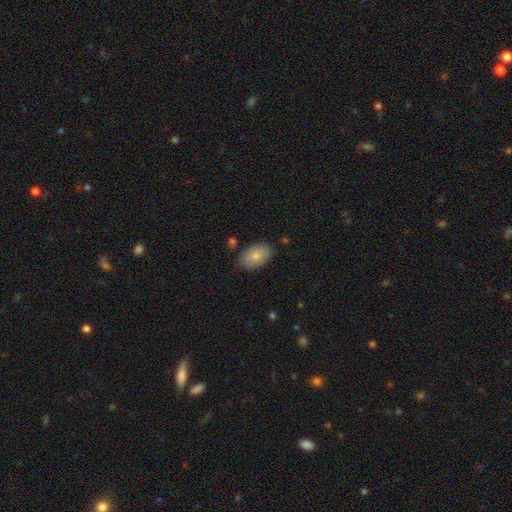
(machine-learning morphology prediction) Q: Smooth or featured?
A: smooth (82%); runner-up: featured or disk (12%)
Q: How rounded?
A: in between (92%); runner-up: round (7%)
Q: Merging?
A: none (81%); runner-up: minor disturbance (14%)